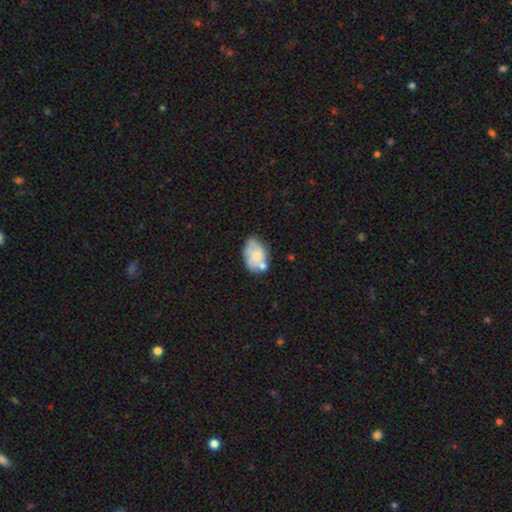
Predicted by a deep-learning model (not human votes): Smooth or featured: smooth — 54% (featured or disk — 39%)
How rounded: in between — 84% (round — 15%)
Merging: none — 47% (minor disturbance — 25%)